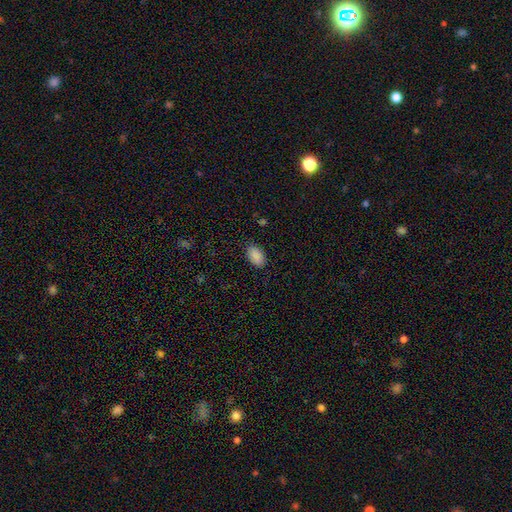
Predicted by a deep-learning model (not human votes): Smooth or featured?
  - smooth: 90% *
  - star or artifact: 8%
  - featured or disk: 3%
How rounded?
  - in between: 94% *
  - round: 5%
  - cigar-shaped: 2%
Merging?
  - none: 87% *
  - minor disturbance: 10%
  - major disturbance: 3%
  - merger: 1%